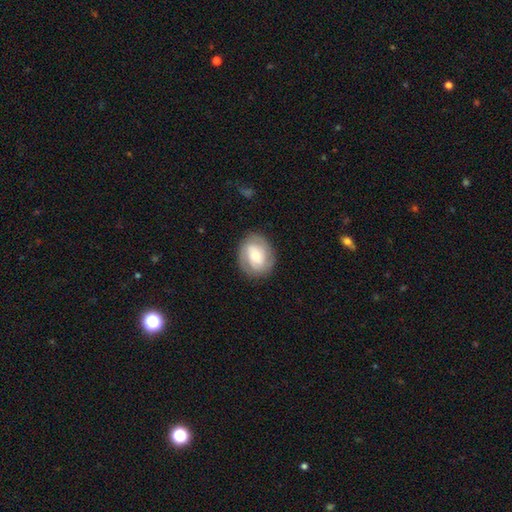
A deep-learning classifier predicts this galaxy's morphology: A featured or disk galaxy (60%) with no bar (47%), spiral arms (79%) and a moderate central bulge (53%). Merging: none (81%).